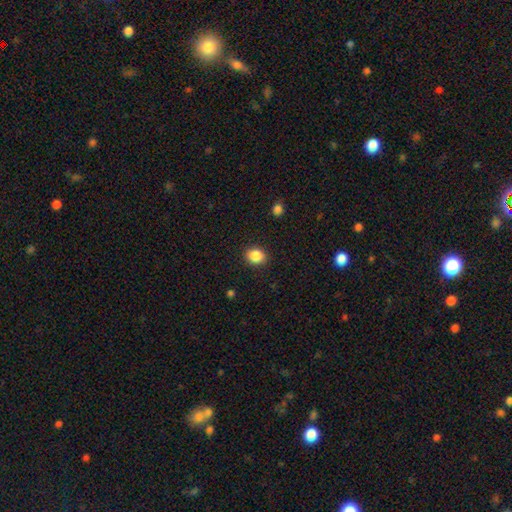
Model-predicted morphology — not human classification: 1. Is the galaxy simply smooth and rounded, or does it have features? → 87% smooth, 9% star or artifact, 4% featured or disk.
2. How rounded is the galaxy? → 63% round, 37% in between, 1% cigar-shaped.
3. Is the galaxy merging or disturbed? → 90% none, 7% minor disturbance, 2% major disturbance, 1% merger.